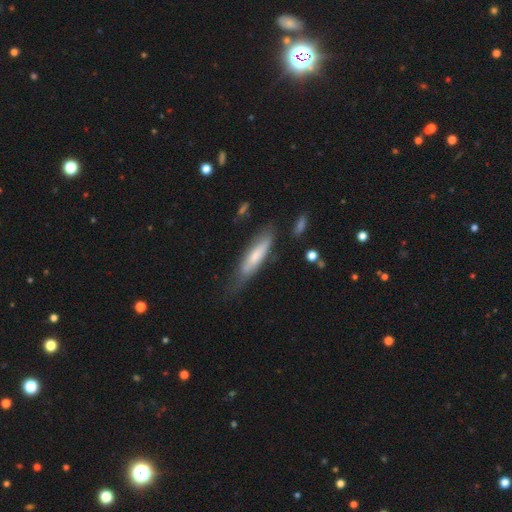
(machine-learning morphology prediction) smooth-or-featured: smooth: 62% | featured or disk: 32% | star or artifact: 6%
  how-rounded: cigar-shaped: 78% | in between: 21% | round: 1%
  merging: none: 63% | minor disturbance: 25% | major disturbance: 8% | merger: 3%